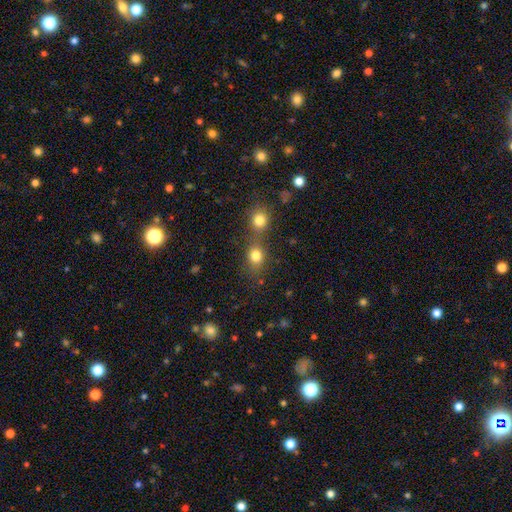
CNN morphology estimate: smooth 79%, star or artifact 14%, featured or disk 7%. Down the decision tree: how rounded — round (70%); merging — none (48%).